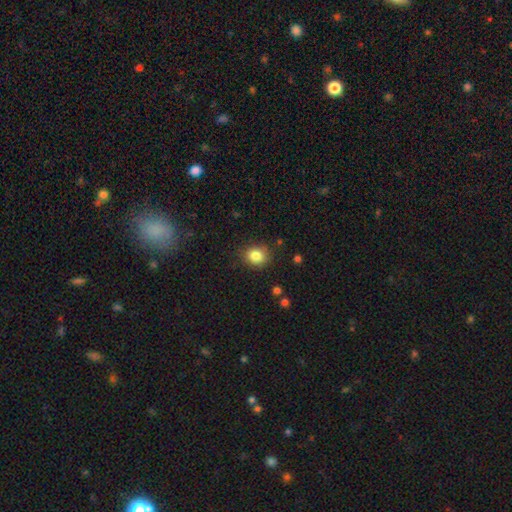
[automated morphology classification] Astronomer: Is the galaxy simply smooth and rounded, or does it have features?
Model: smooth — 84%.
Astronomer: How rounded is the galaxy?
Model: round — 72%.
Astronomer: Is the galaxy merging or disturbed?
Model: none — 82%.